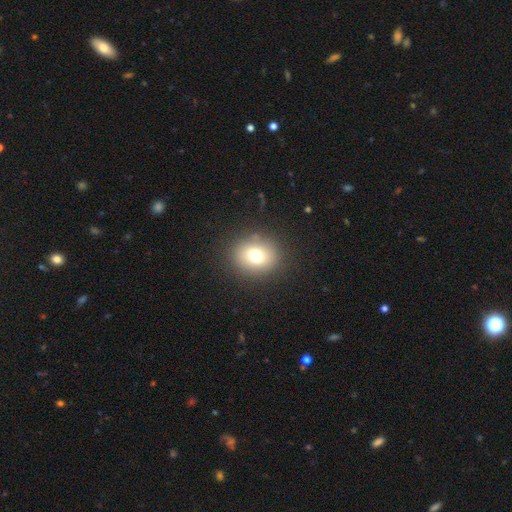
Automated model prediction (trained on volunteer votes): Smooth or featured? smooth (74%)
How rounded? round (70%)
Merging? none (87%)